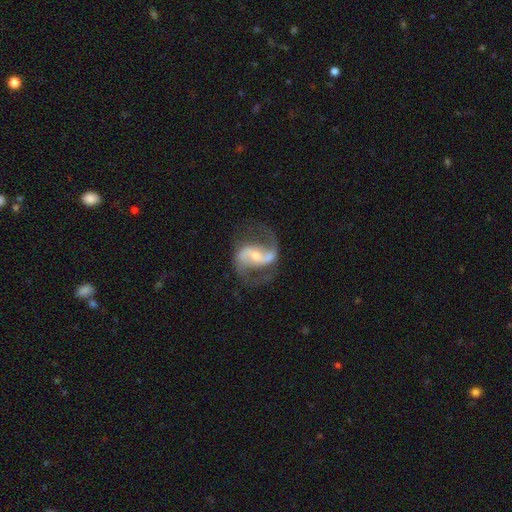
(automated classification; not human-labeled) Smooth or featured: featured or disk — 90% (star or artifact — 5%)
Edge-on disk: no — 97% (yes — 3%)
Bar: strong — 41% (weak — 37%)
Spiral arms: yes — 97% (no — 3%)
Spiral winding: loose — 49% (medium — 43%)
Spiral arm count: 2 — 92% (1 — 3%)
Bulge size: small — 53% (moderate — 42%)
Merging: none — 73% (minor disturbance — 15%)